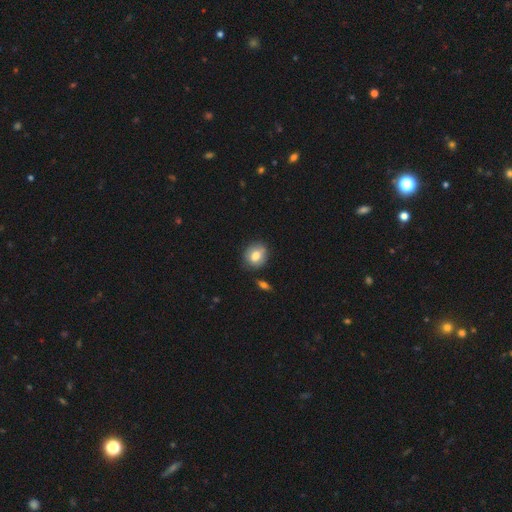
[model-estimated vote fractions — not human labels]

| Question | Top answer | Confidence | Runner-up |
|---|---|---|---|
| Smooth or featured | smooth | 74% | featured or disk (18%) |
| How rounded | round | 60% | in between (39%) |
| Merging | none | 74% | minor disturbance (18%) |